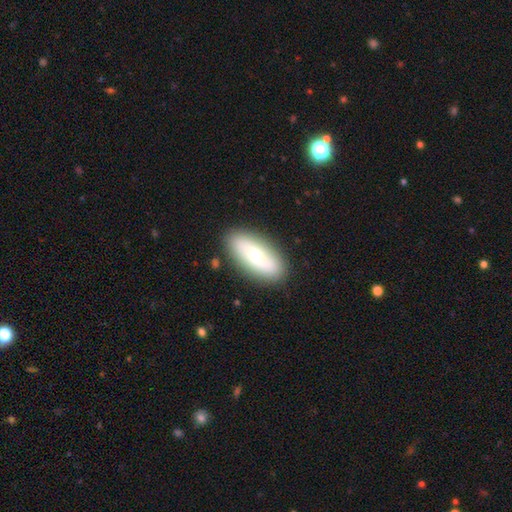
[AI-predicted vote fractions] Smooth or featured?
  - smooth: 61% *
  - featured or disk: 33%
  - star or artifact: 6%
How rounded?
  - in between: 82% *
  - cigar-shaped: 14%
  - round: 3%
Merging?
  - none: 87% *
  - minor disturbance: 9%
  - major disturbance: 2%
  - merger: 2%